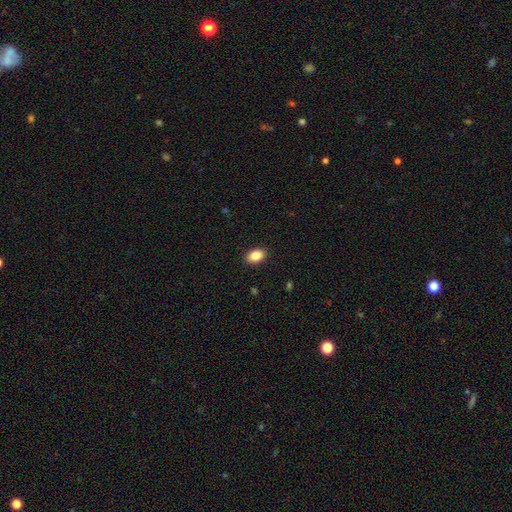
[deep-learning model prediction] This appears to be a smooth galaxy with no disk features (86%) that is in between round and cigar-shaped (87%). Merging: none (90%).